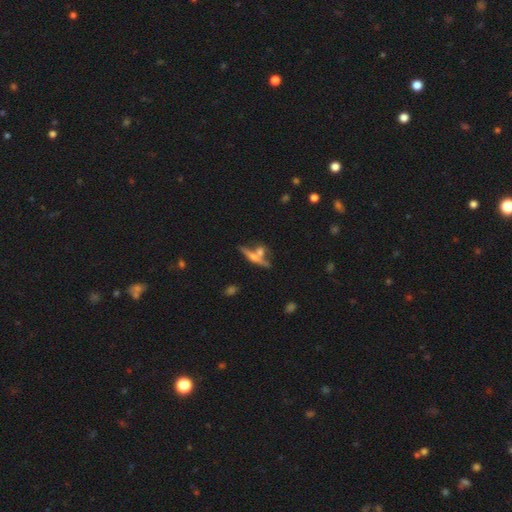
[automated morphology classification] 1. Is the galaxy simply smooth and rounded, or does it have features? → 55% featured or disk, 35% smooth, 10% star or artifact.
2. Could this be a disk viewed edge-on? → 89% yes, 11% no.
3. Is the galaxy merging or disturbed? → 55% none, 30% merger, 10% minor disturbance, 5% major disturbance.